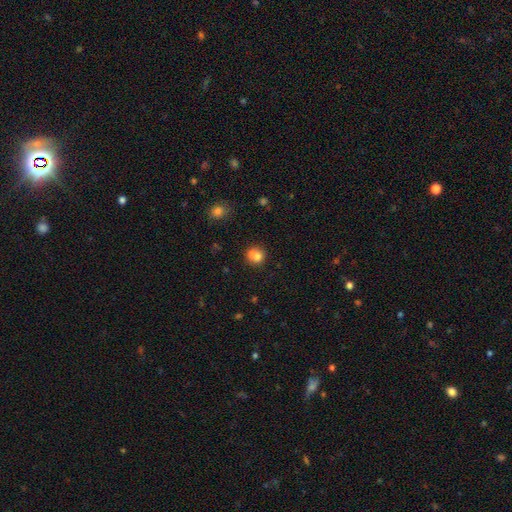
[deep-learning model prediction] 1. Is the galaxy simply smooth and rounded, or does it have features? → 75% smooth, 14% featured or disk, 11% star or artifact.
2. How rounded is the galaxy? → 80% round, 19% in between, 1% cigar-shaped.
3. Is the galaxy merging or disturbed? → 45% merger, 41% none, 10% minor disturbance, 4% major disturbance.